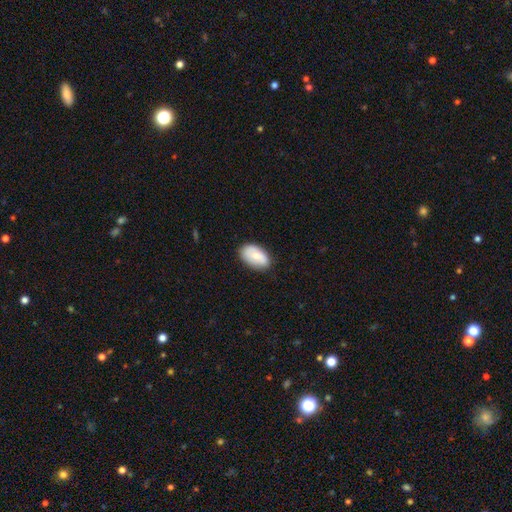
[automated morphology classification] Smooth or featured? smooth (77%)
How rounded? in between (93%)
Merging? none (81%)